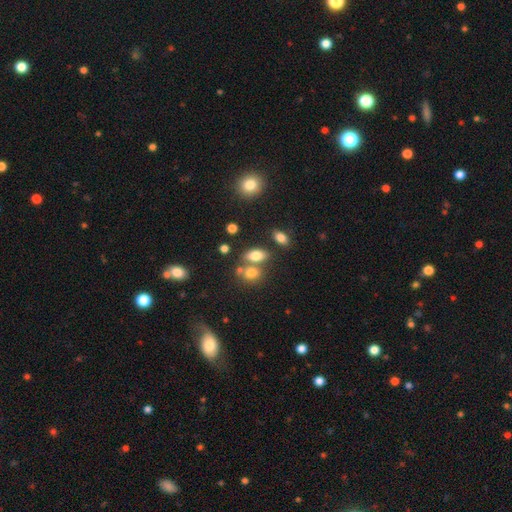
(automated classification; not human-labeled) A smooth galaxy with no disk features (76%) that is in between round and cigar-shaped (84%). Merging: none (55%).